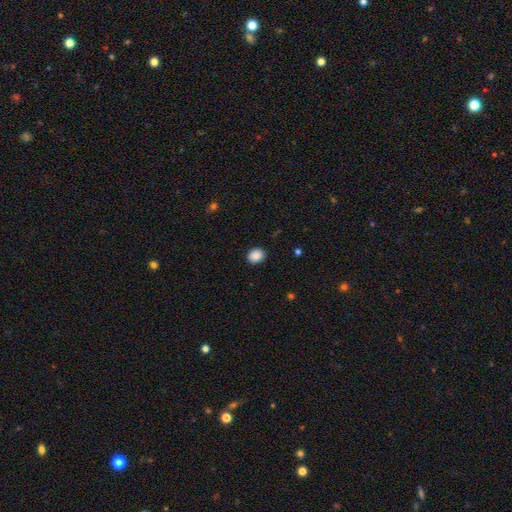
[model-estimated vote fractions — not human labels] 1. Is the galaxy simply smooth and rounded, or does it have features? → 89% smooth, 9% star or artifact, 3% featured or disk.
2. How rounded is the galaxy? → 60% round, 39% in between, 1% cigar-shaped.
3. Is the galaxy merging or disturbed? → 90% none, 7% minor disturbance, 2% major disturbance, 1% merger.